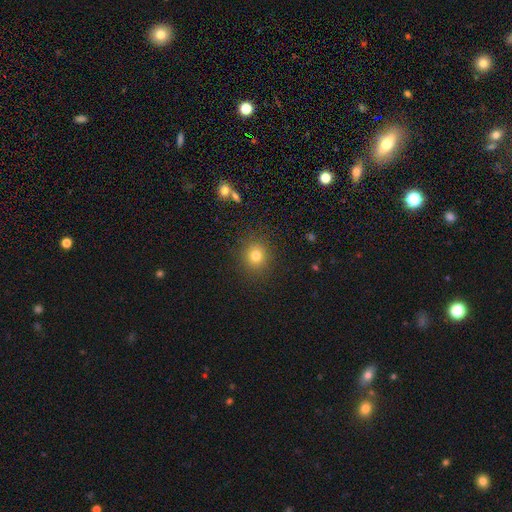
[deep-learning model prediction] smooth-or-featured: smooth: 78% | star or artifact: 14% | featured or disk: 8%
  how-rounded: round: 87% | in between: 12% | cigar-shaped: 1%
  merging: none: 89% | minor disturbance: 7% | major disturbance: 3% | merger: 1%